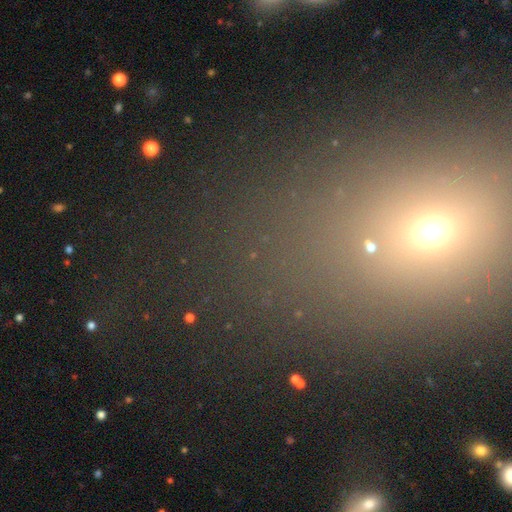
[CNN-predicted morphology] A star or artifact, not a galaxy (49%).